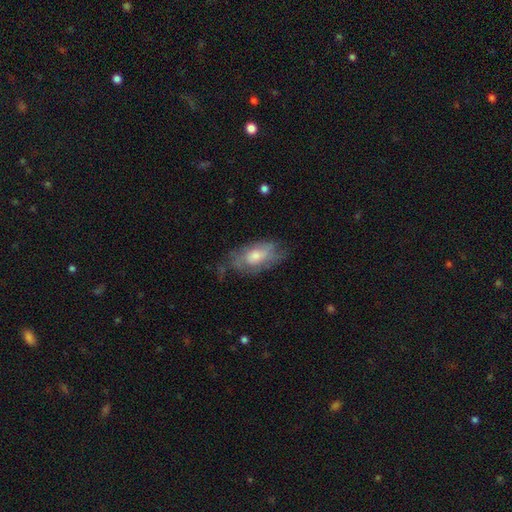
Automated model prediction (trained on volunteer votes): This is possibly a featured or disk galaxy (50%). It is clearly not viewed edge-on (88%). Merging: possibly none (56%).